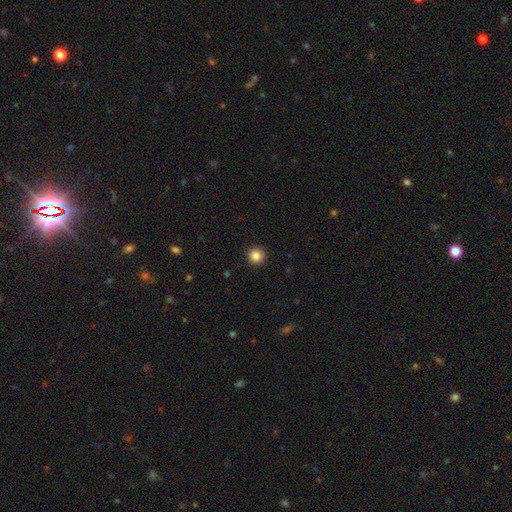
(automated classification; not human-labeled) Smooth or featured?
  - smooth: 86% *
  - star or artifact: 11%
  - featured or disk: 4%
How rounded?
  - round: 95% *
  - in between: 4%
  - cigar-shaped: 1%
Merging?
  - none: 93% *
  - minor disturbance: 4%
  - major disturbance: 2%
  - merger: 1%